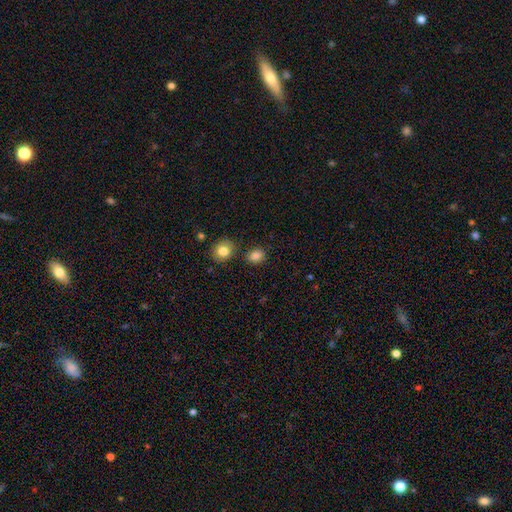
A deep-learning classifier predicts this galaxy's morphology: The model was most divided on "how rounded": in between: 50%, round: 49%, cigar-shaped: 1%. More confident: smooth or featured — smooth (84%); merging — none (81%).